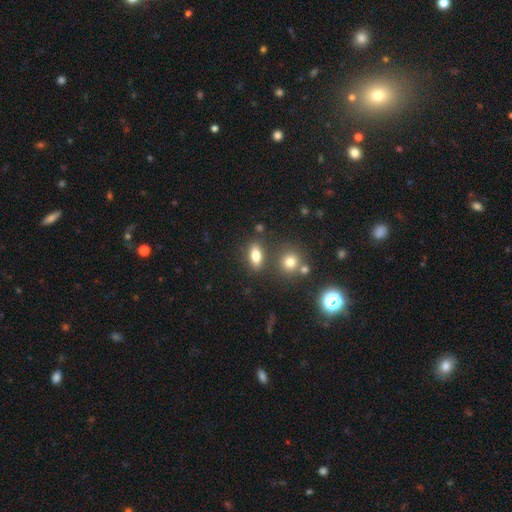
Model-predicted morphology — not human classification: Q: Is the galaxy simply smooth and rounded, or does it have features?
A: smooth — 77%.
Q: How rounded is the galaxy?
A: in between — 79%.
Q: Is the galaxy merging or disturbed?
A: none — 77%.